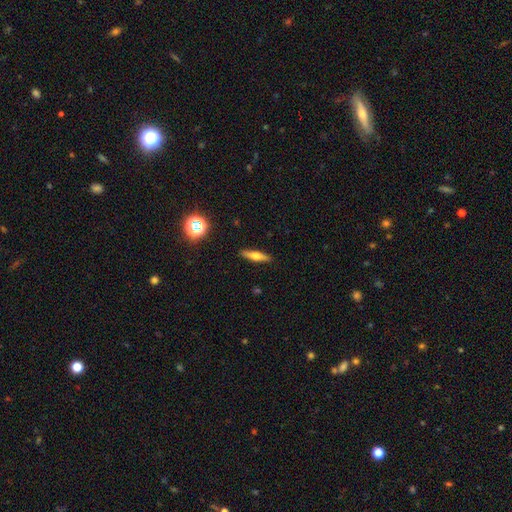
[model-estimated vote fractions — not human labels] smooth-or-featured: smooth: 53% | featured or disk: 38% | star or artifact: 9%
  how-rounded: cigar-shaped: 75% | in between: 22% | round: 3%
  merging: none: 89% | minor disturbance: 8% | major disturbance: 2% | merger: 1%